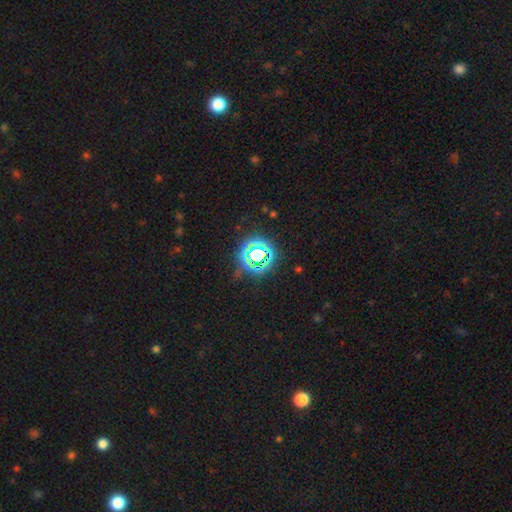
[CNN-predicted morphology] Smooth or featured?
  - star or artifact: 69% *
  - smooth: 20%
  - featured or disk: 11%